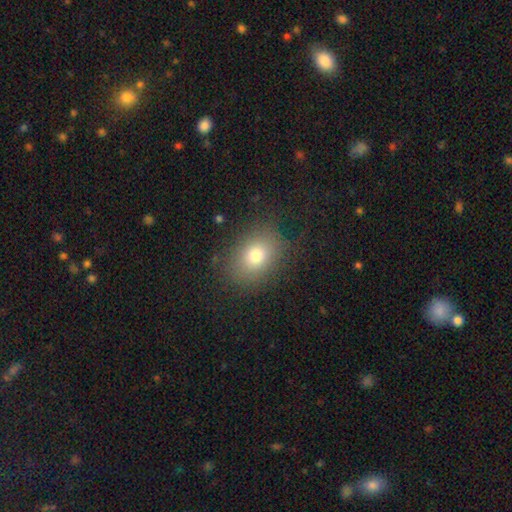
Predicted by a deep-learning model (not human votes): smooth_or_featured: smooth (p=0.75) [alt: star or artifact p=0.13]
how_rounded: in between (p=0.62) [alt: round p=0.37]
merging: none (p=0.81) [alt: minor disturbance p=0.12]